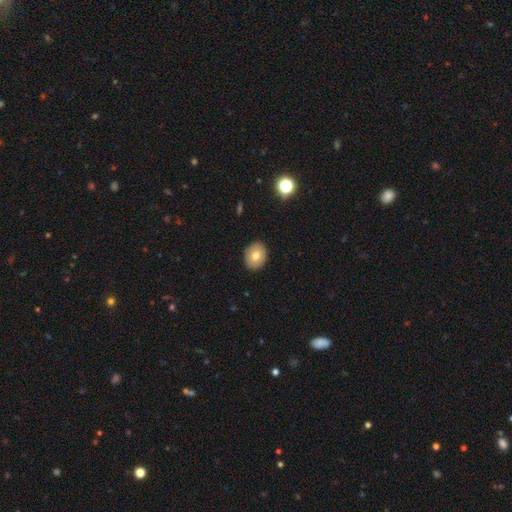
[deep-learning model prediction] Smooth or featured?
  - smooth: 74% *
  - featured or disk: 16%
  - star or artifact: 9%
How rounded?
  - round: 56% *
  - in between: 43%
  - cigar-shaped: 1%
Merging?
  - none: 90% *
  - minor disturbance: 7%
  - major disturbance: 2%
  - merger: 1%